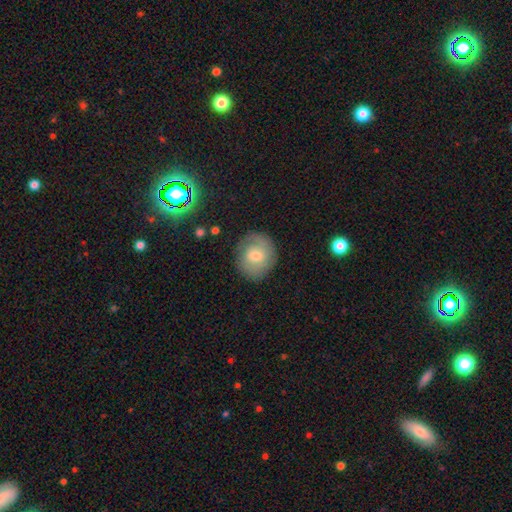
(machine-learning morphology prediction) Smooth or featured? smooth (55%)
How rounded? round (80%)
Merging? none (79%)